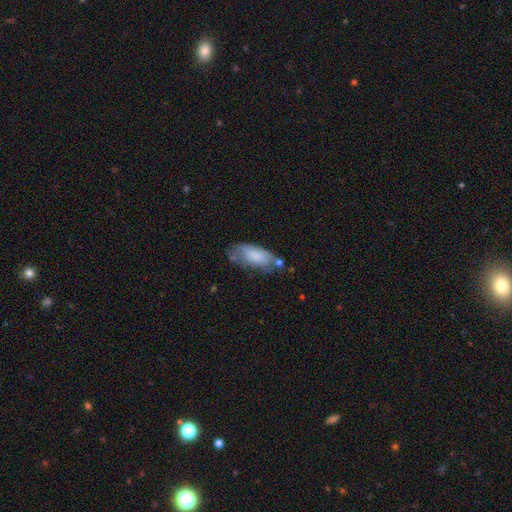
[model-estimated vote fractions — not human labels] Morphology: type=smooth (76%); roundness=in between (86%); merging=none (44%).